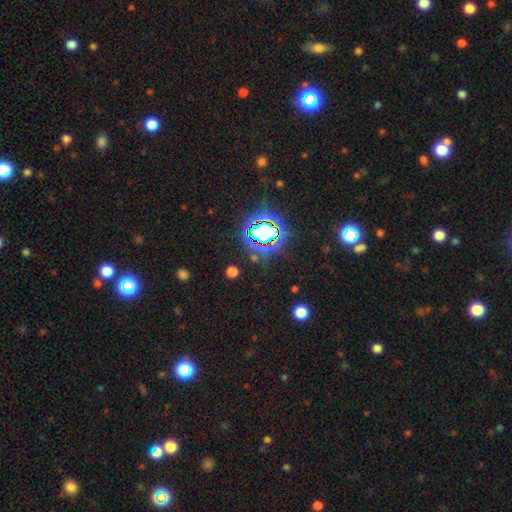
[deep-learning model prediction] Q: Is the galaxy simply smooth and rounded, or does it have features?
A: star or artifact — 74%.